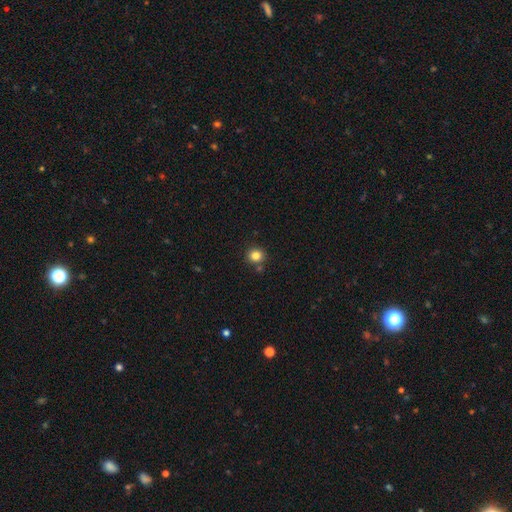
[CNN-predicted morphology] smooth 82%, star or artifact 12%, featured or disk 6%. Down the decision tree: how rounded — round (89%); merging — none (81%).